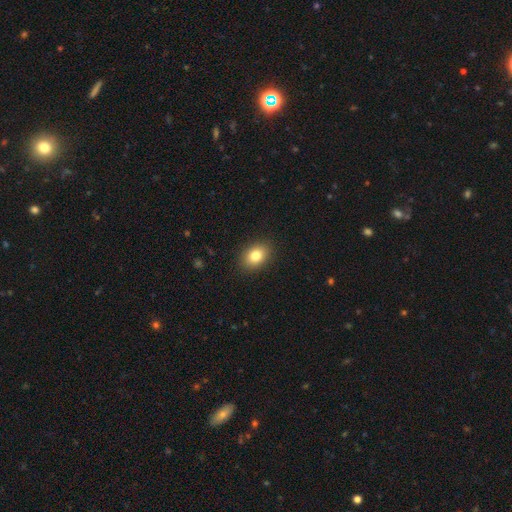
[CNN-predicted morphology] Smooth or featured? Predicted: smooth (p=0.82). How rounded? Predicted: in between (p=0.73). Merging? Predicted: none (p=0.90).